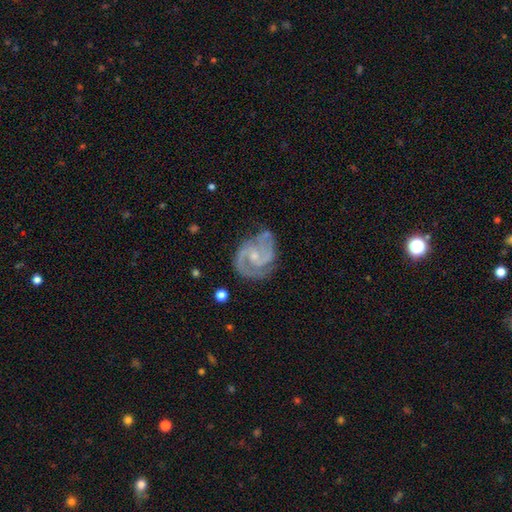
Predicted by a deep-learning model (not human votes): Smooth or featured: featured or disk — 91% (smooth — 5%)
Edge-on disk: no — 98% (yes — 2%)
Bar: no — 51% (weak — 40%)
Spiral arms: yes — 98% (no — 2%)
Spiral winding: medium — 54% (tight — 36%)
Spiral arm count: 2 — 83% (3 — 8%)
Bulge size: small — 63% (moderate — 30%)
Merging: none — 66% (minor disturbance — 22%)